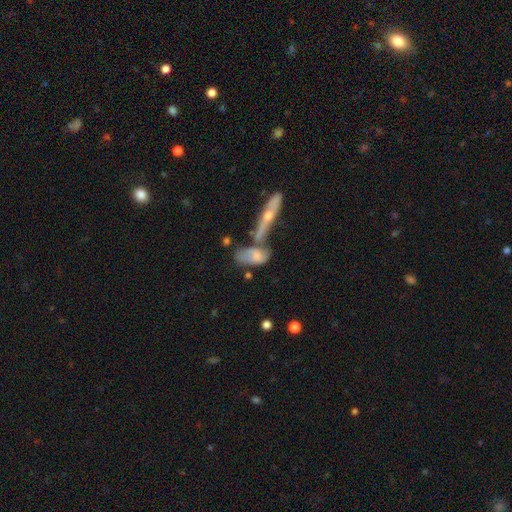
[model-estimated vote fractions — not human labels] Overall: smooth (53%; featured or disk 39%). How rounded: in between (76%). Merging: merger (42%; none 30%).